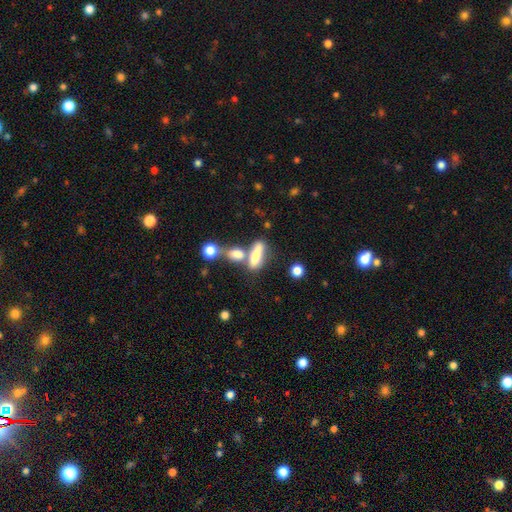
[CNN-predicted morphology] smooth 71%, featured or disk 20%, star or artifact 9%. Down the decision tree: how rounded — in between (51%); merging — merger (45%).